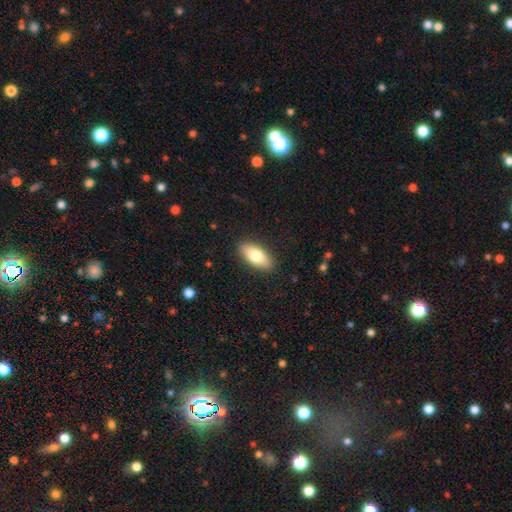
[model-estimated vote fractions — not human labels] Q: Smooth or featured?
A: smooth (78%); runner-up: featured or disk (16%)
Q: How rounded?
A: in between (88%); runner-up: cigar-shaped (9%)
Q: Merging?
A: none (89%); runner-up: minor disturbance (8%)